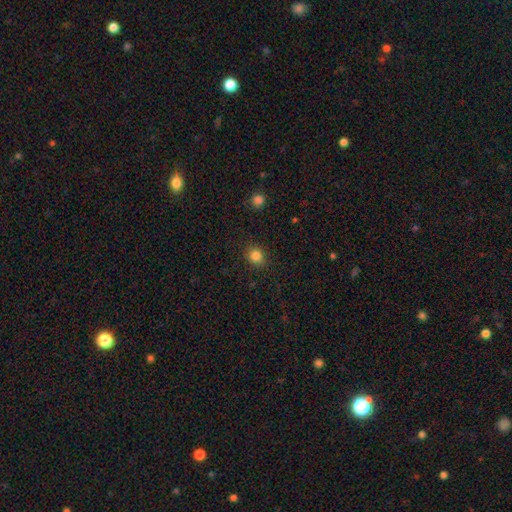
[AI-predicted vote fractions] Morphology: type=smooth (84%); roundness=round (75%); merging=none (89%).